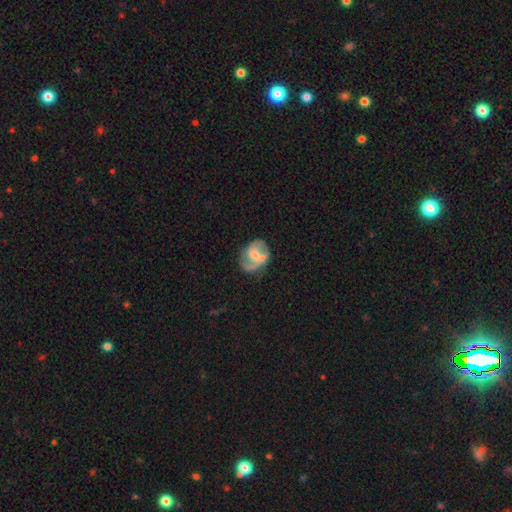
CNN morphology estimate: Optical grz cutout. It shows a featured or disk galaxy (60%) with no bar (49%), spiral arms (71%) and a small central bulge (42%, tied with moderate). Merging: none (47%).